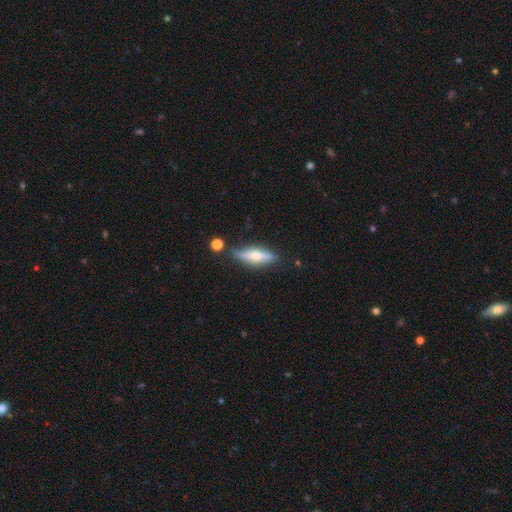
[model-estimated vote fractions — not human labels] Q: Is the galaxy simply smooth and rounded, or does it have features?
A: featured or disk — 56%.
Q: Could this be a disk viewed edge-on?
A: yes — 89%.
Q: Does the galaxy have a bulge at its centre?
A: rounded — 91%.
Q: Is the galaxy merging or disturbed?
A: none — 74%.